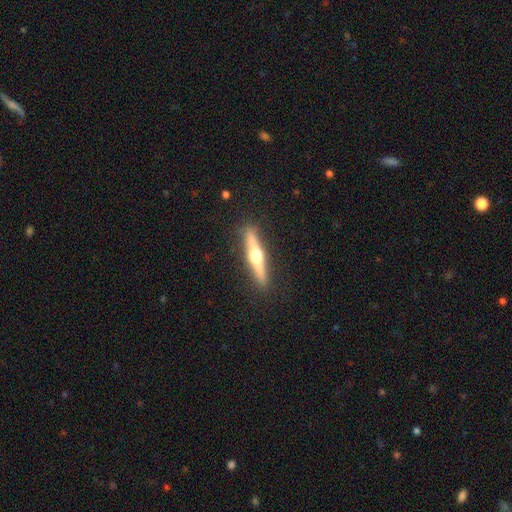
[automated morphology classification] type=featured or disk (66%); edge-on=yes (97%); edge-on bulge=rounded (95%); merging=none (90%).